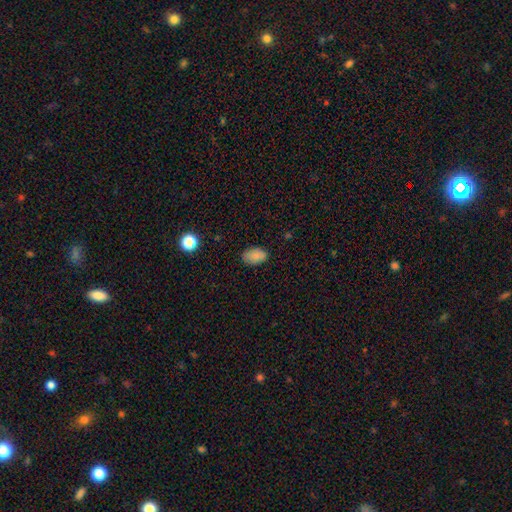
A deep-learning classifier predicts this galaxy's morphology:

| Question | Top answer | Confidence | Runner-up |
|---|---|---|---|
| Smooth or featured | smooth | 85% | star or artifact (9%) |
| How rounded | in between | 90% | round (8%) |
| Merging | none | 82% | minor disturbance (14%) |